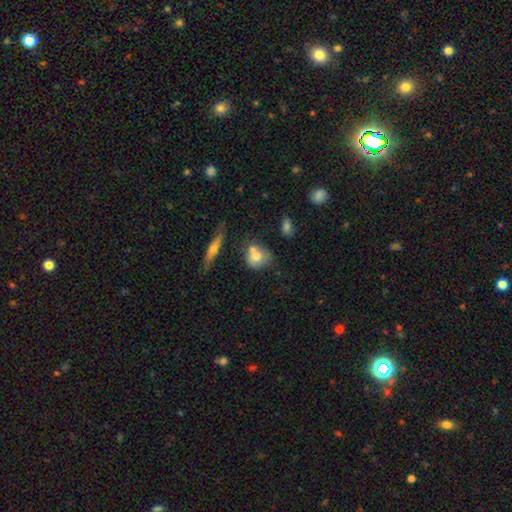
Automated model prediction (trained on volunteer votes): A smooth galaxy with no disk features (68%) that is round (65%). Merging: none (42%).